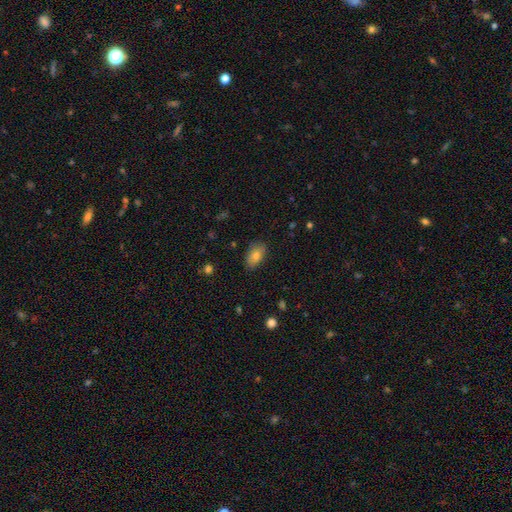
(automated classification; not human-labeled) smooth-or-featured: smooth: 77% | featured or disk: 13% | star or artifact: 9%
  how-rounded: in between: 89% | round: 8% | cigar-shaped: 3%
  merging: none: 83% | minor disturbance: 13% | major disturbance: 3% | merger: 1%